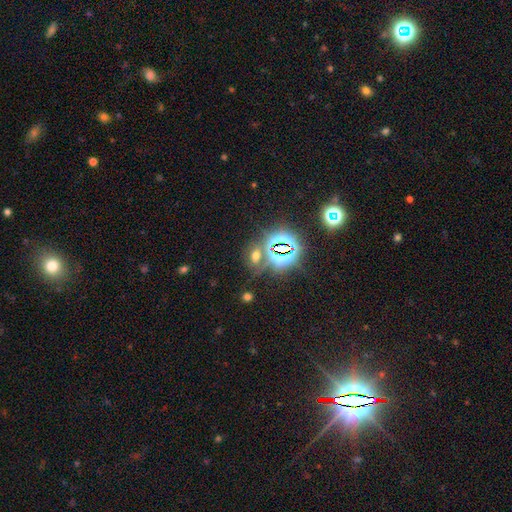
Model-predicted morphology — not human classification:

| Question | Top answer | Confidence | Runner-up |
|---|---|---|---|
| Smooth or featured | star or artifact | 54% | smooth (36%) |